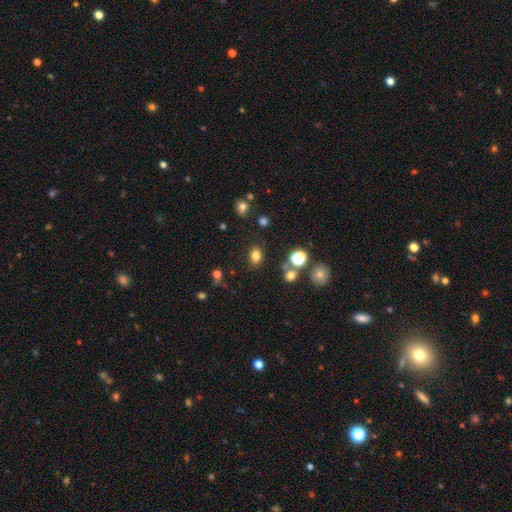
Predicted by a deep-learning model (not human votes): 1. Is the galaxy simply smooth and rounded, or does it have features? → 79% smooth, 15% star or artifact, 6% featured or disk.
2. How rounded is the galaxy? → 67% in between, 32% round, 1% cigar-shaped.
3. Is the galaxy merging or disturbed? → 80% none, 12% minor disturbance, 5% merger, 4% major disturbance.